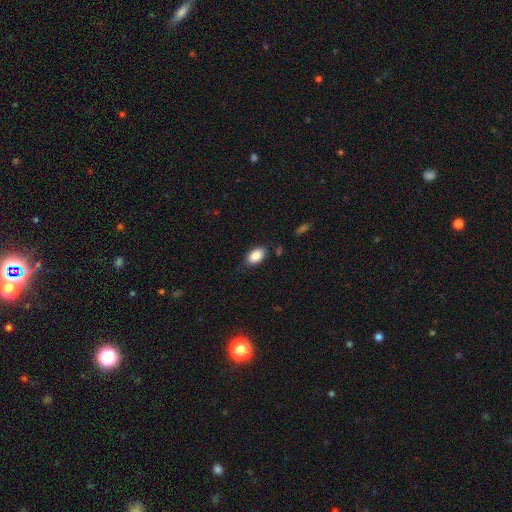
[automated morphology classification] Q: Smooth or featured?
A: smooth (87%); runner-up: star or artifact (7%)
Q: How rounded?
A: in between (93%); runner-up: round (6%)
Q: Merging?
A: none (81%); runner-up: minor disturbance (14%)